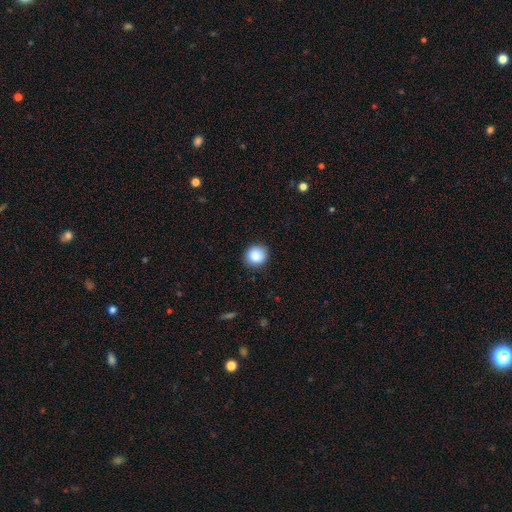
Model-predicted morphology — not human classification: smooth 87%, star or artifact 9%, featured or disk 5%. Down the decision tree: how rounded — round (87%); merging — none (90%).